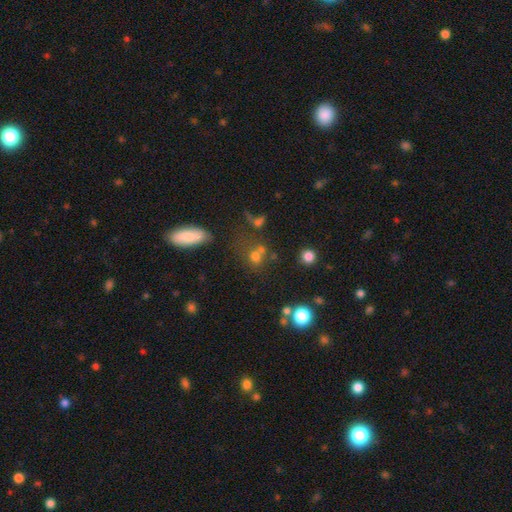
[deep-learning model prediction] Smooth or featured: smooth — 66% (star or artifact — 21%)
How rounded: round — 70% (in between — 27%)
Merging: none — 50% (merger — 29%)